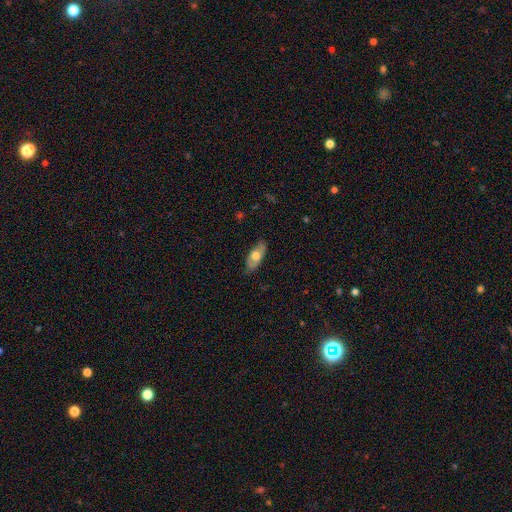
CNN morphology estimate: Smooth or featured? smooth (58%)
How rounded? in between (81%)
Merging? none (80%)